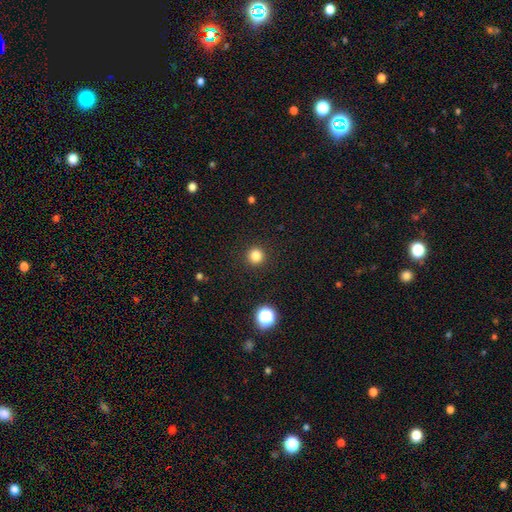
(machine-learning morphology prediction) This is clearly a smooth galaxy (82%). How rounded: clearly round (95%). Merging: clearly none (92%).